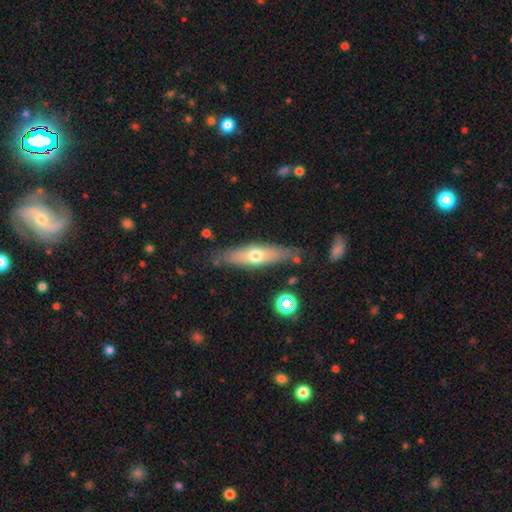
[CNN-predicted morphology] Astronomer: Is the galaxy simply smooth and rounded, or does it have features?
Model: smooth — 51% (runner-up: featured or disk, 42%).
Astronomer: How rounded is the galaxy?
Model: cigar-shaped — 68%.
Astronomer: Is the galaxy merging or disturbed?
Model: none — 79%.